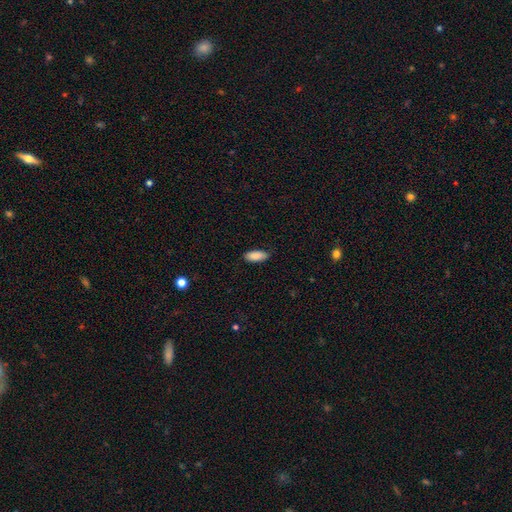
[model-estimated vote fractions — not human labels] A smooth galaxy with no disk features (89%) that is in between round and cigar-shaped (85%). Merging: none (85%).